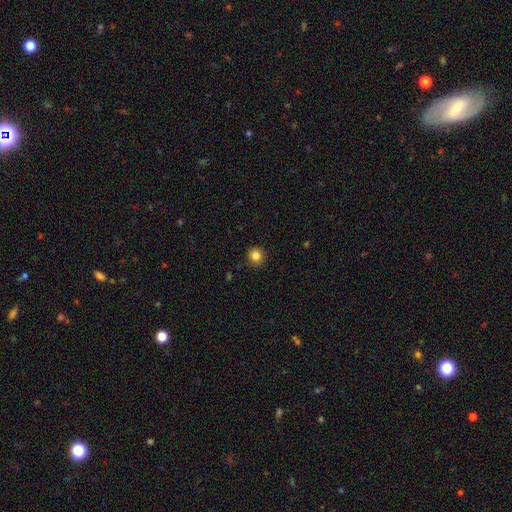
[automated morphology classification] Smooth or featured? smooth (84%)
How rounded? round (92%)
Merging? none (91%)